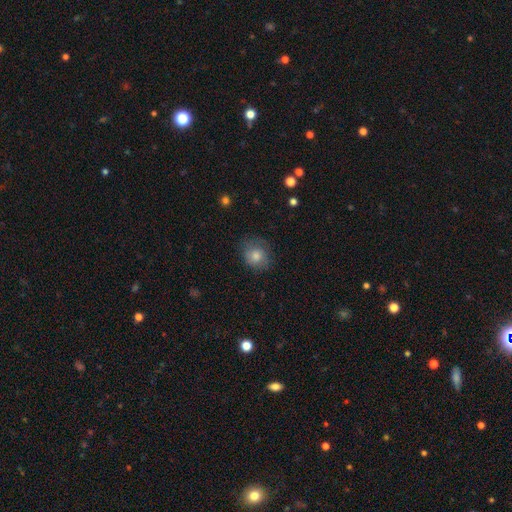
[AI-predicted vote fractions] This is likely a smooth galaxy (73%). How rounded: likely round (75%). Merging: likely none (73%).